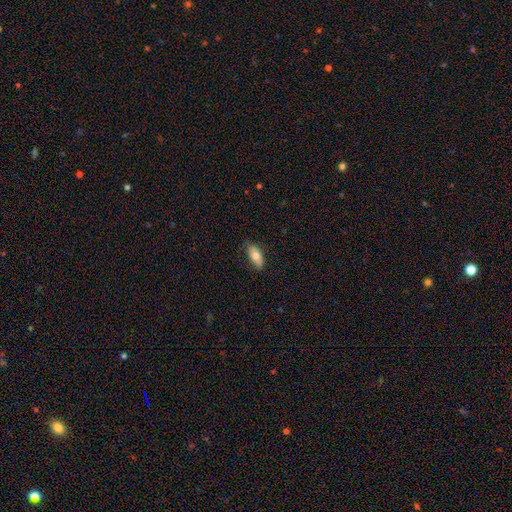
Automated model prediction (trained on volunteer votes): Smooth or featured: smooth — 73% (featured or disk — 20%)
How rounded: in between — 83% (cigar-shaped — 14%)
Merging: none — 75% (minor disturbance — 20%)